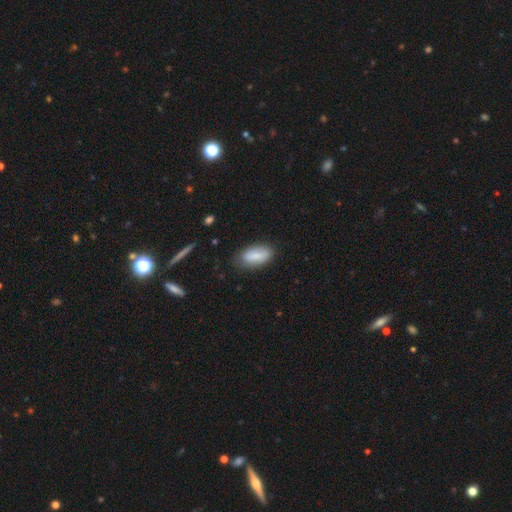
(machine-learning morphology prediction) A smooth galaxy with no disk features (80%) that is in between round and cigar-shaped (88%).

Vote fractions:
- Smooth or featured? smooth: 80% / featured or disk: 13% / star or artifact: 7%
- How rounded? in between: 88% / cigar-shaped: 10% / round: 3%
- Merging? none: 77% / minor disturbance: 18% / major disturbance: 4% / merger: 2%